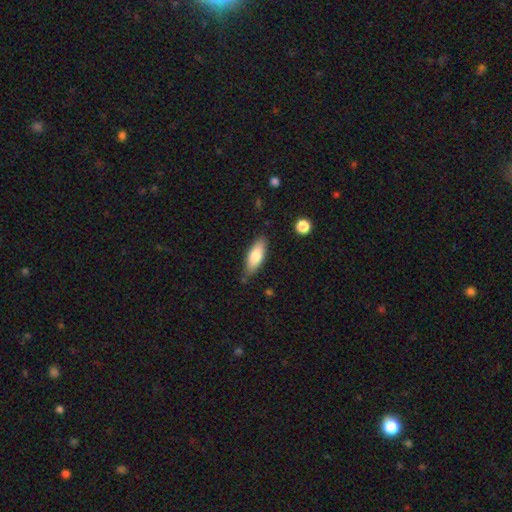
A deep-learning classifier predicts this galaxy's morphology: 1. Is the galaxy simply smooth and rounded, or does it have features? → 77% smooth, 17% featured or disk, 6% star or artifact.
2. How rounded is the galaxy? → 68% in between, 30% cigar-shaped, 2% round.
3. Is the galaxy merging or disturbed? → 79% none, 16% minor disturbance, 3% major disturbance, 2% merger.